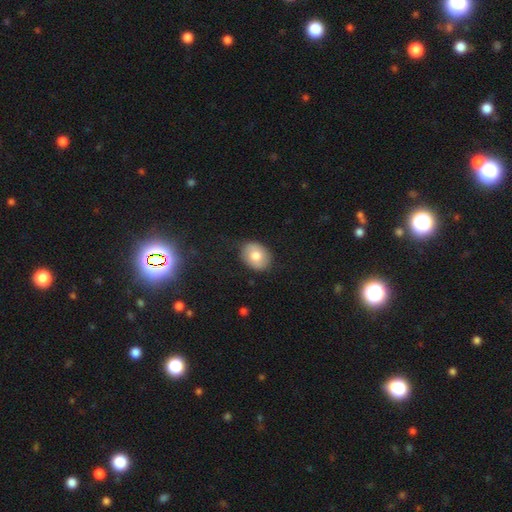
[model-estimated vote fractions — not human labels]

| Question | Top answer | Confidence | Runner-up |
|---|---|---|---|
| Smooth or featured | smooth | 75% | featured or disk (17%) |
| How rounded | in between | 56% | round (43%) |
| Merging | none | 83% | minor disturbance (13%) |